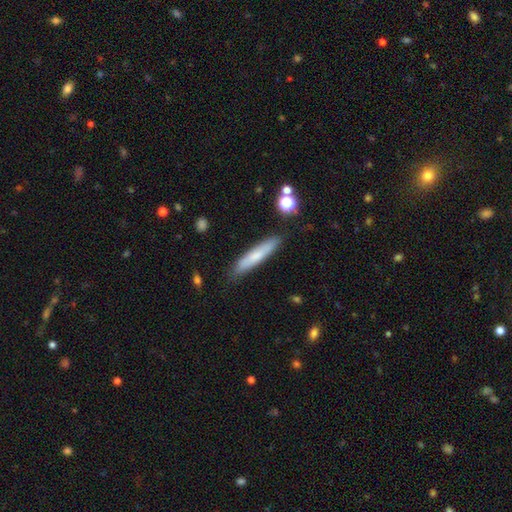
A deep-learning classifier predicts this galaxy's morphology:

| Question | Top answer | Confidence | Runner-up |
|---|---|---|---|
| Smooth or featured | smooth | 69% | featured or disk (24%) |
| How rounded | cigar-shaped | 89% | in between (9%) |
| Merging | none | 84% | minor disturbance (11%) |